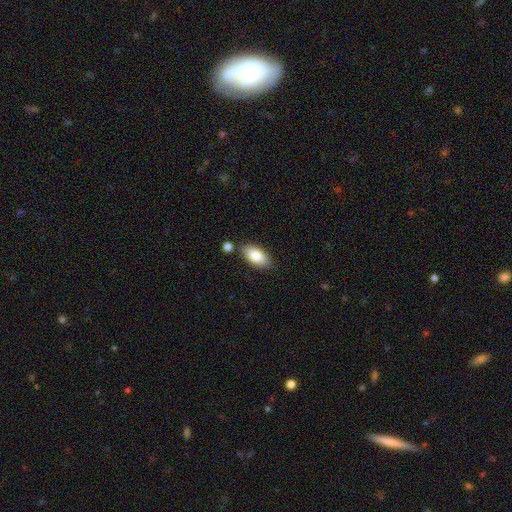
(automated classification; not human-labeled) Smooth or featured? Predicted: smooth (p=0.84). How rounded? Predicted: in between (p=0.92). Merging? Predicted: none (p=0.77).